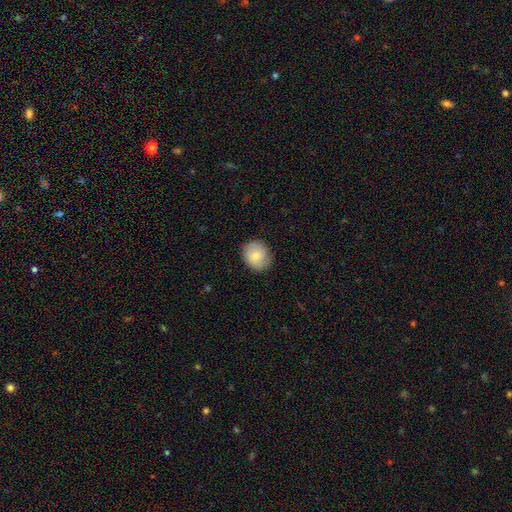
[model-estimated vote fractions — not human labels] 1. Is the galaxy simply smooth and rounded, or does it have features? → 80% smooth, 13% featured or disk, 7% star or artifact.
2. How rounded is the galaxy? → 74% round, 25% in between, 1% cigar-shaped.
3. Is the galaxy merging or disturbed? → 85% none, 12% minor disturbance, 2% major disturbance, 1% merger.